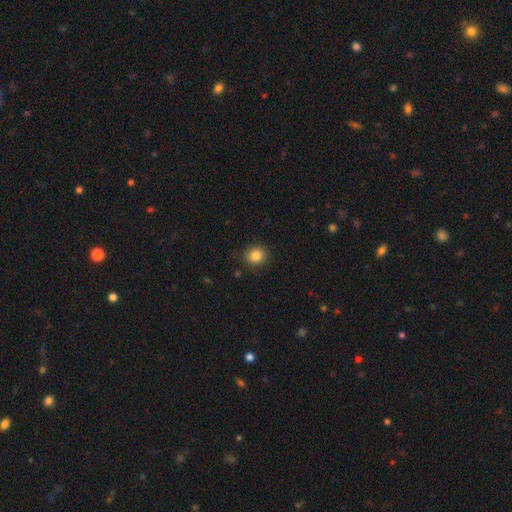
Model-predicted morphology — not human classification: Q: Smooth or featured?
A: smooth (85%); runner-up: star or artifact (11%)
Q: How rounded?
A: round (88%); runner-up: in between (11%)
Q: Merging?
A: none (89%); runner-up: minor disturbance (8%)